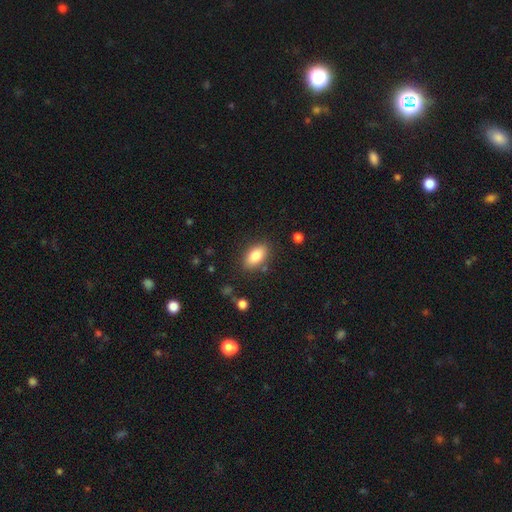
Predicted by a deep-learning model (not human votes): Smooth or featured? Predicted: smooth (p=0.82). How rounded? Predicted: in between (p=0.90). Merging? Predicted: none (p=0.83).